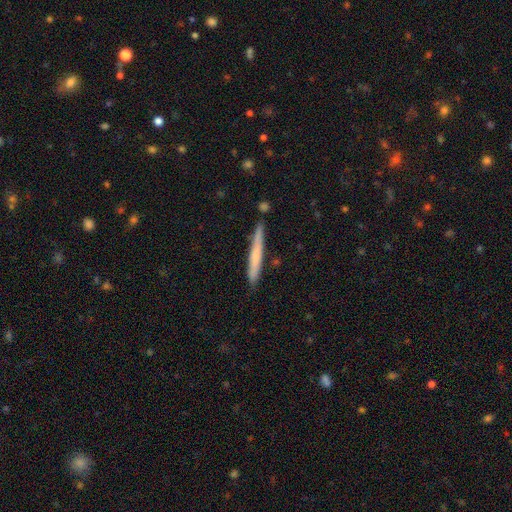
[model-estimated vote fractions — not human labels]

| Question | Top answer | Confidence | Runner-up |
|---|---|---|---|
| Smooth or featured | smooth | 58% | featured or disk (36%) |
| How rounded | cigar-shaped | 96% | in between (3%) |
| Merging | none | 83% | minor disturbance (12%) |